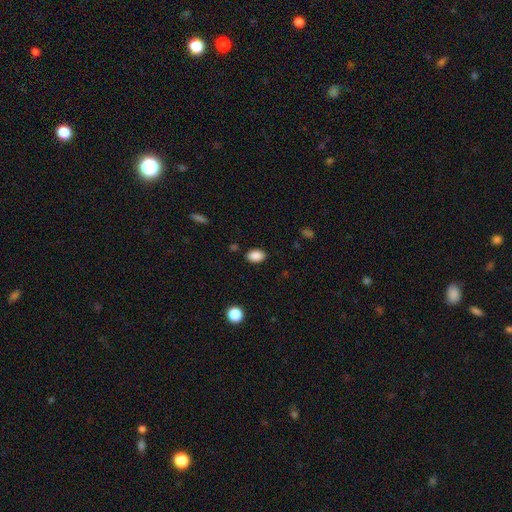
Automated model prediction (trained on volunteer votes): Smooth or featured? smooth (88%)
How rounded? in between (83%)
Merging? none (86%)